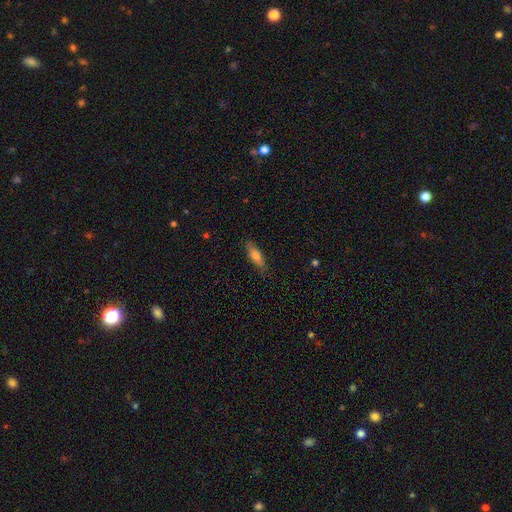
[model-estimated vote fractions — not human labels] smooth-or-featured: smooth: 67% | featured or disk: 26% | star or artifact: 7%
  how-rounded: cigar-shaped: 56% | in between: 42% | round: 2%
  merging: none: 82% | minor disturbance: 14% | major disturbance: 3% | merger: 1%